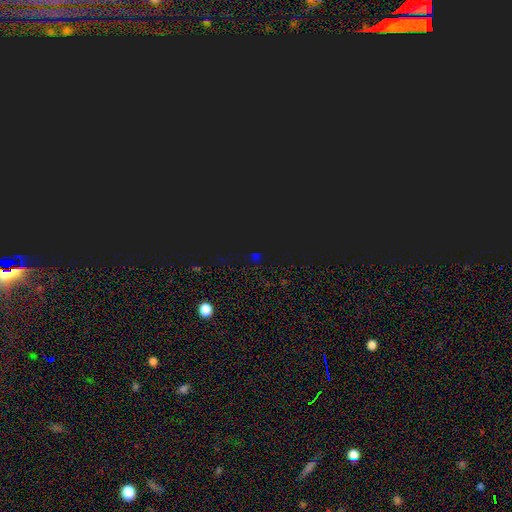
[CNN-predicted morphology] Smooth or featured? Predicted: star or artifact (p=0.73).